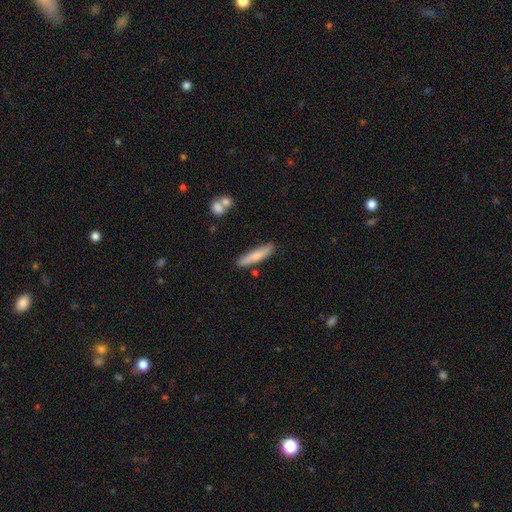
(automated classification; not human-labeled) A smooth galaxy with no disk features (73%) that is cigar-shaped (86%).

Vote fractions:
- Smooth or featured? smooth: 73% / featured or disk: 21% / star or artifact: 6%
- How rounded? cigar-shaped: 86% / in between: 13% / round: 2%
- Merging? none: 83% / minor disturbance: 11% / merger: 3% / major disturbance: 2%